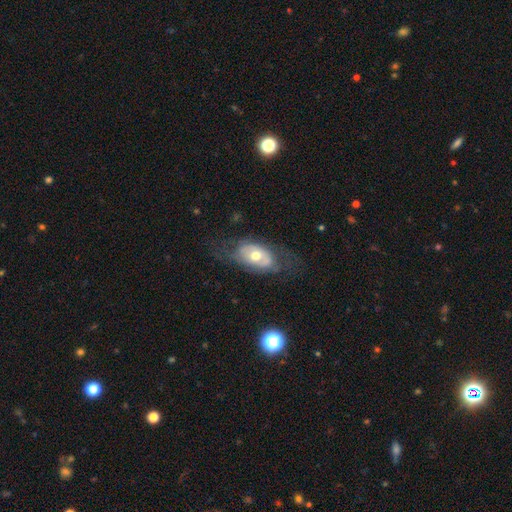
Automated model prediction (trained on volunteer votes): A featured or disk galaxy (56%) with no bar (79%), no spiral arms (60%) and a moderate central bulge (74%). Merging: none (61%).